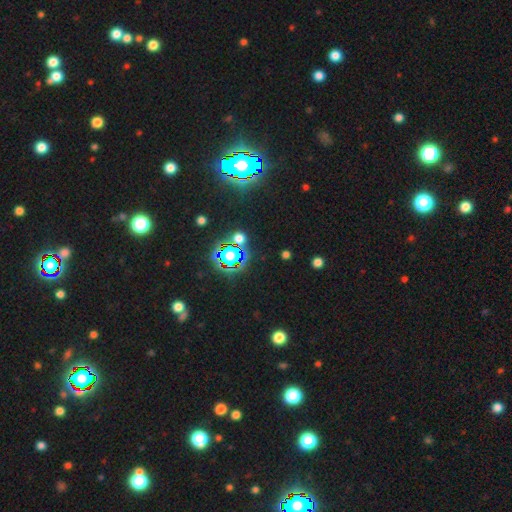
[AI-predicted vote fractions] Q: Smooth or featured?
A: star or artifact (82%); runner-up: smooth (12%)